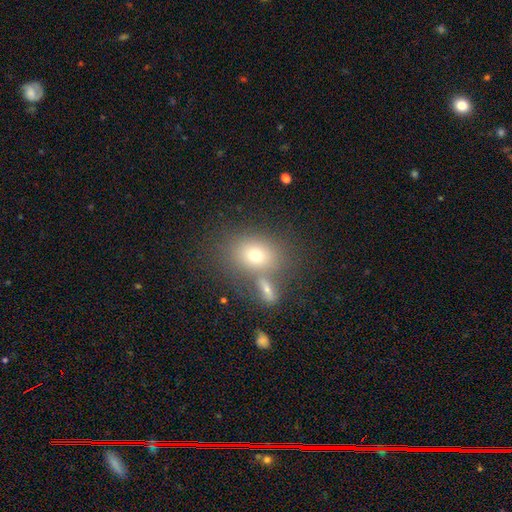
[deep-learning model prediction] smooth_or_featured: smooth (p=0.69) [alt: featured or disk p=0.16]
how_rounded: in between (p=0.56) [alt: round p=0.43]
merging: none (p=0.58) [alt: merger p=0.26]